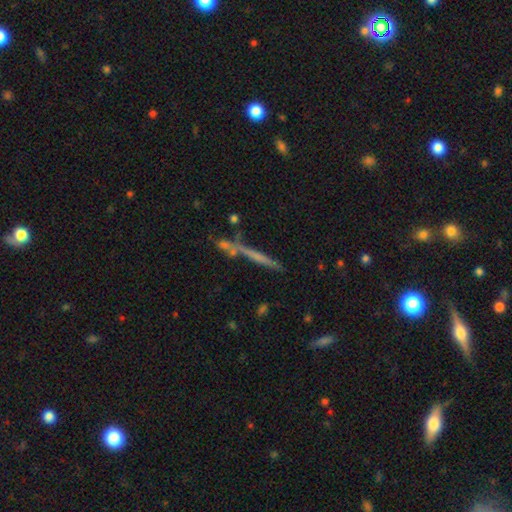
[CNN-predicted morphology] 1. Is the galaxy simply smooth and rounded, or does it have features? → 49% featured or disk, 42% smooth, 10% star or artifact.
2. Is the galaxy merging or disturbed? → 75% none, 11% minor disturbance, 10% merger, 4% major disturbance.